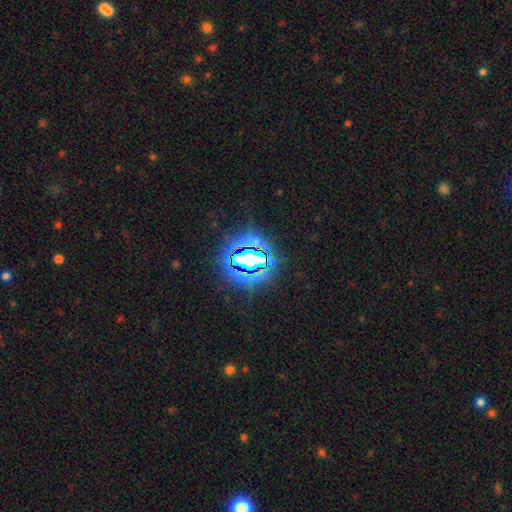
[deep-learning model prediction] Morphology: type=star or artifact (74%).